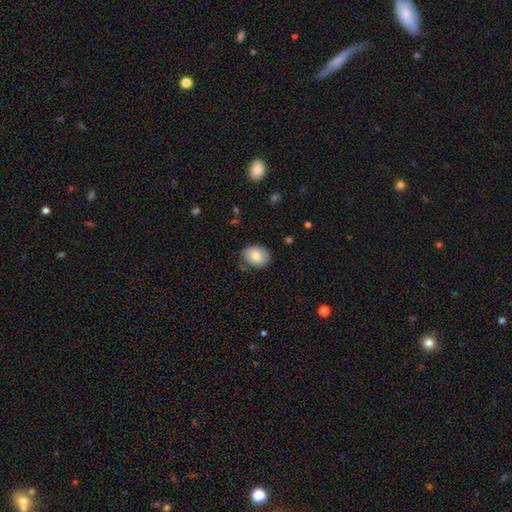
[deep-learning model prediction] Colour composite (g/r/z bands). It shows a smooth galaxy with no disk features (75%) that is in between round and cigar-shaped (61%). Merging: none (73%).